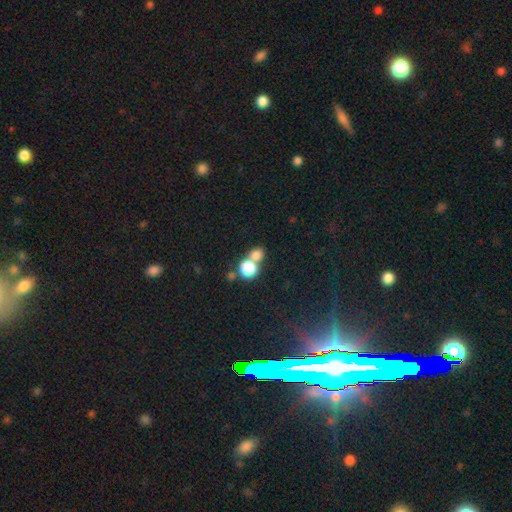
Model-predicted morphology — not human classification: Smooth or featured? smooth (77%)
How rounded? round (75%)
Merging? merger (52%)